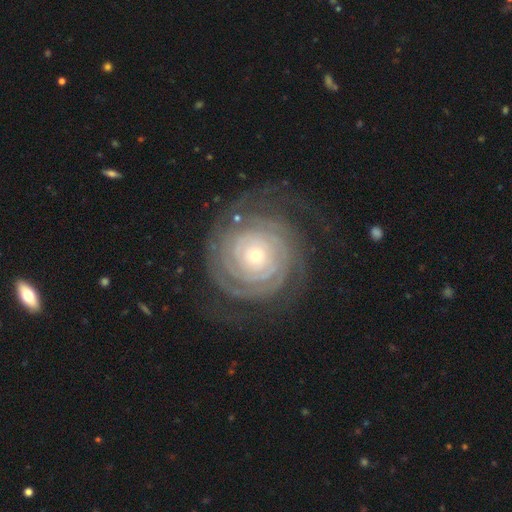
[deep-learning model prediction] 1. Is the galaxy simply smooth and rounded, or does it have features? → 88% featured or disk, 7% smooth, 6% star or artifact.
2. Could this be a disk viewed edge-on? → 97% no, 3% yes.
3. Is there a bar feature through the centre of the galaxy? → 82% no, 12% weak, 6% strong.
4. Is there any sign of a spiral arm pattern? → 97% yes, 3% no.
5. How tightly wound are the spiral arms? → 87% tight, 10% medium, 3% loose.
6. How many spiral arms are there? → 29% can't tell, 27% 2, 14% 3, 13% 4, 10% more than 4, 8% 1.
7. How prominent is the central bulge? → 70% small, 25% moderate, 2% large, 1% dominant, 1% none.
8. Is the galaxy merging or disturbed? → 72% none, 14% minor disturbance, 12% major disturbance, 1% merger.